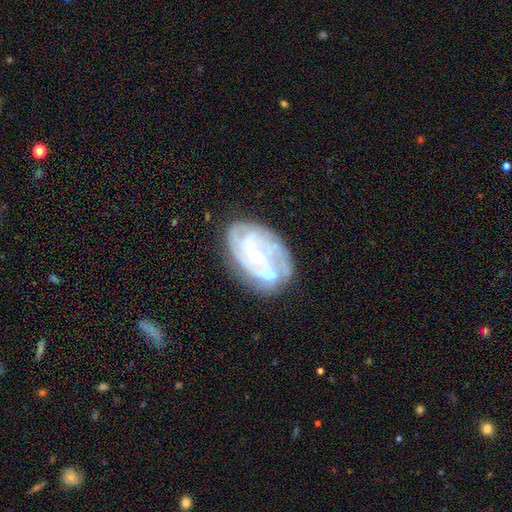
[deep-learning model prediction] Overall: featured or disk (79%). Edge-on disk: no (97%). Bar: no (56%; weak 32%). Spiral arms: yes (87%). Spiral arm count: can't tell (35%; 3 22%). Spiral winding: tight (55%; medium 34%). Bulge size: small (66%). Merging: none (64%).